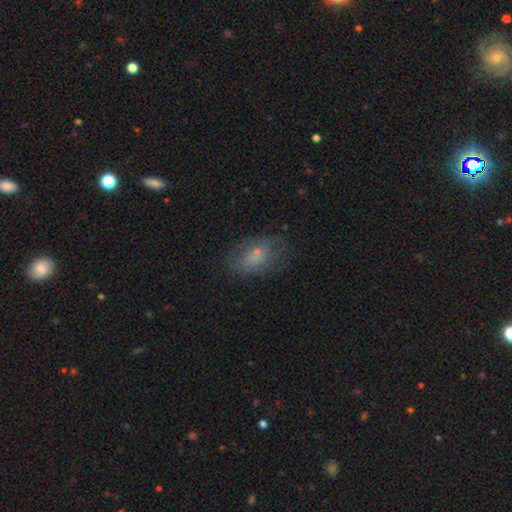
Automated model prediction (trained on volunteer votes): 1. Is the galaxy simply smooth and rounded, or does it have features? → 64% smooth, 25% featured or disk, 11% star or artifact.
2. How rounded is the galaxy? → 81% in between, 18% round, 2% cigar-shaped.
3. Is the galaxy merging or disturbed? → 60% none, 23% minor disturbance, 15% major disturbance, 3% merger.